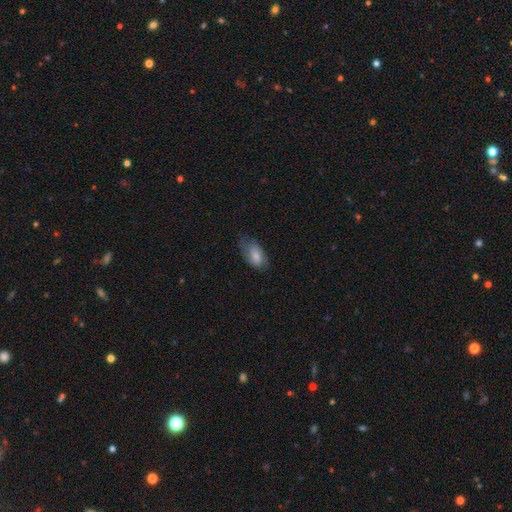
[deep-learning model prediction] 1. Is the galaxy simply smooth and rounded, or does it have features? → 74% smooth, 19% featured or disk, 7% star or artifact.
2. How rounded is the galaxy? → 92% in between, 5% round, 4% cigar-shaped.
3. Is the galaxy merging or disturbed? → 57% none, 30% minor disturbance, 12% major disturbance, 1% merger.